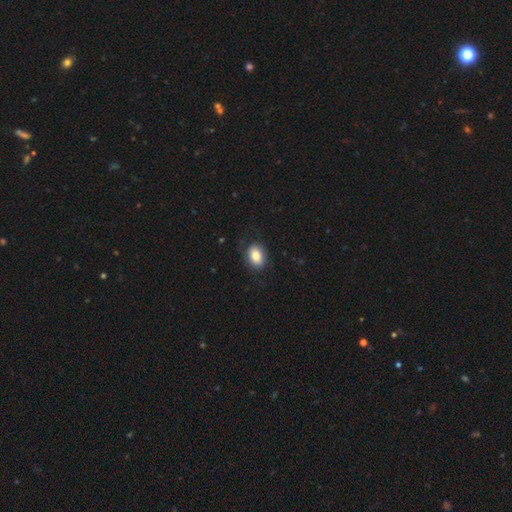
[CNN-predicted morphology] Q: Smooth or featured?
A: smooth (82%); runner-up: featured or disk (10%)
Q: How rounded?
A: in between (76%); runner-up: round (23%)
Q: Merging?
A: none (84%); runner-up: minor disturbance (12%)